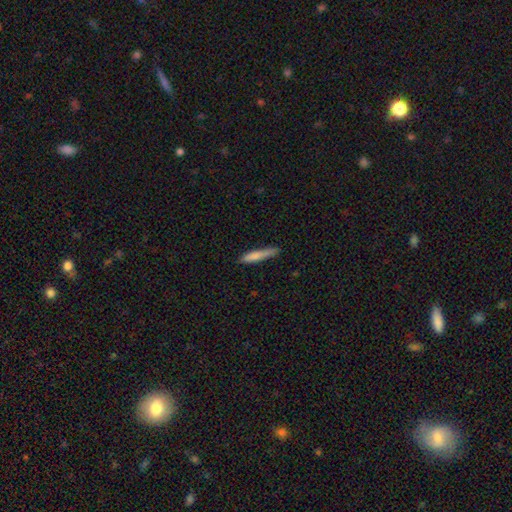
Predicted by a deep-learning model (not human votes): smooth_or_featured: smooth (p=0.80) [alt: featured or disk p=0.14]
how_rounded: cigar-shaped (p=0.91) [alt: in between p=0.08]
merging: none (p=0.72) [alt: minor disturbance p=0.22]